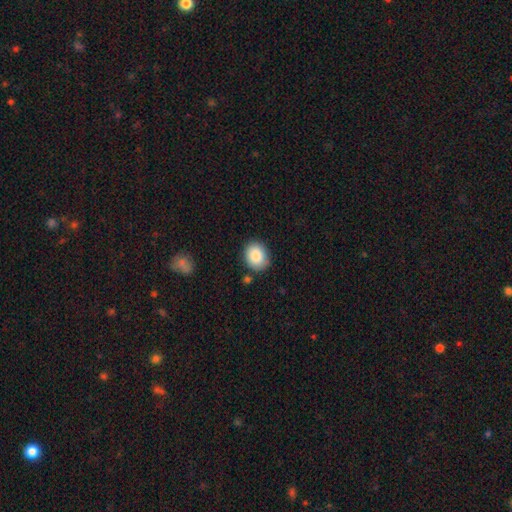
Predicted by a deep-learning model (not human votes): Morphology: type=smooth (87%); roundness=round (61%); merging=none (81%).